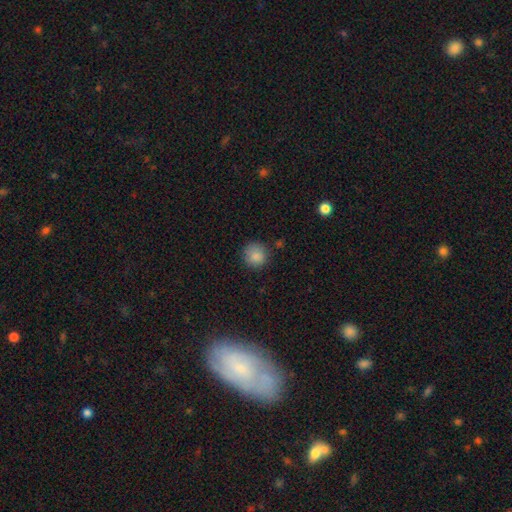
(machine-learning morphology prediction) Overall: smooth (86%). How rounded: round (92%). Merging: none (80%).